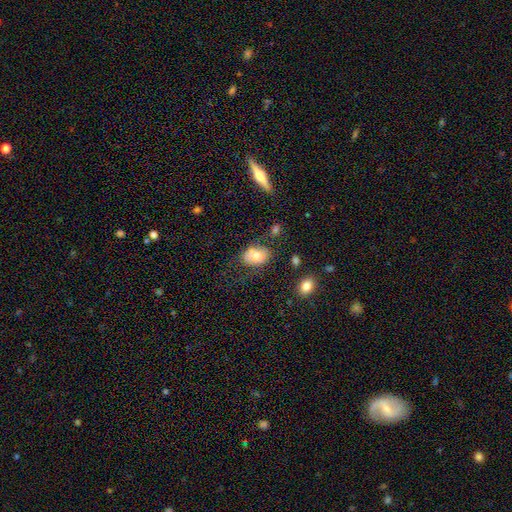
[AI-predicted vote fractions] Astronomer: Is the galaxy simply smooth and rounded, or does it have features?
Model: smooth — 72%.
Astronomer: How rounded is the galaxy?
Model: in between — 80%.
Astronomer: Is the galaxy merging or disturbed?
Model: none — 60%.